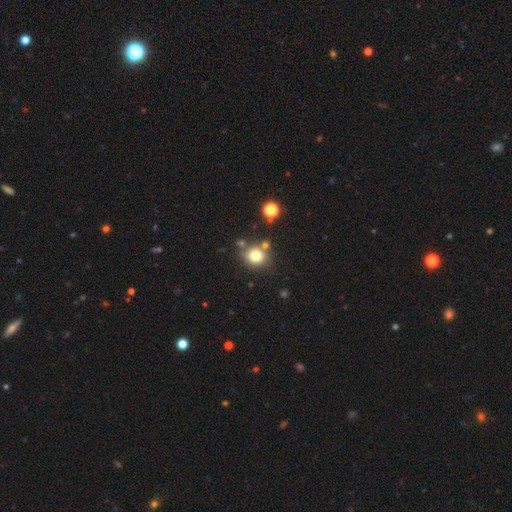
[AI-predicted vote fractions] A smooth galaxy with no disk features (77%) that is round (84%). Merging: none (71%).